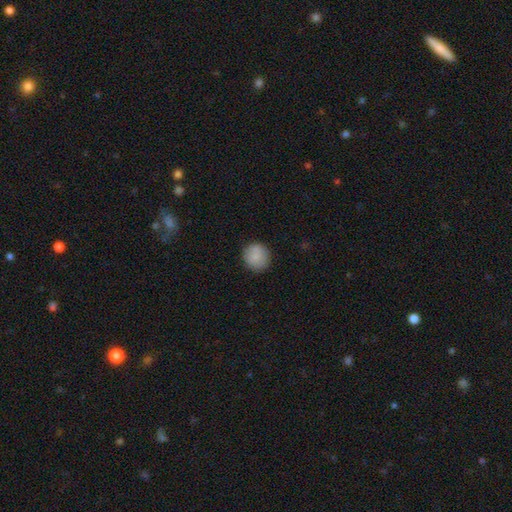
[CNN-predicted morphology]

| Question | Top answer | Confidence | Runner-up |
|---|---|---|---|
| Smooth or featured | smooth | 86% | star or artifact (7%) |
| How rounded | round | 90% | in between (9%) |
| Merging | none | 86% | minor disturbance (10%) |